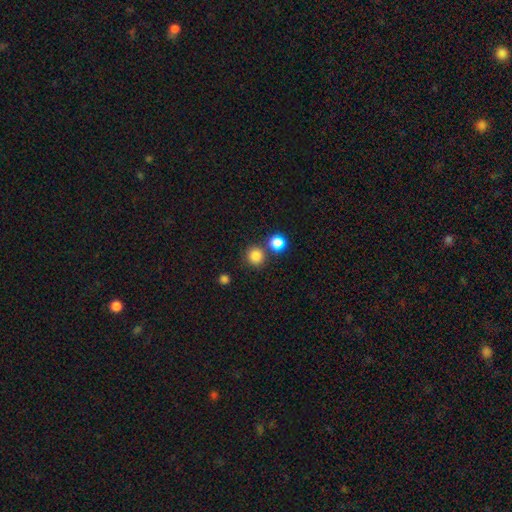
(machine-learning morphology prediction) Q: Smooth or featured?
A: smooth (82%); runner-up: star or artifact (14%)
Q: How rounded?
A: round (93%); runner-up: in between (6%)
Q: Merging?
A: none (80%); runner-up: merger (11%)